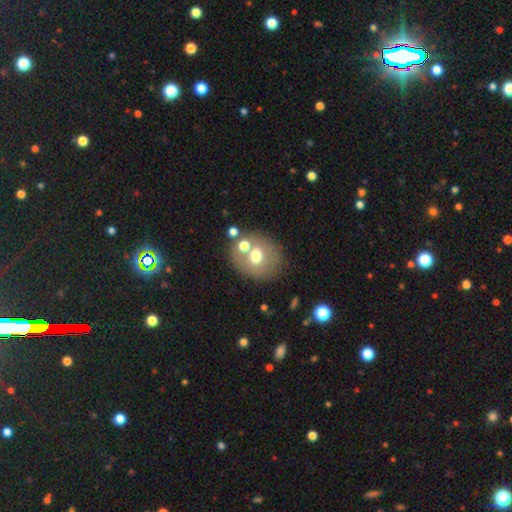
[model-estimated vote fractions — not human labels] Smooth or featured: smooth — 61% (featured or disk — 26%)
How rounded: round — 70% (in between — 30%)
Merging: none — 67% (merger — 17%)